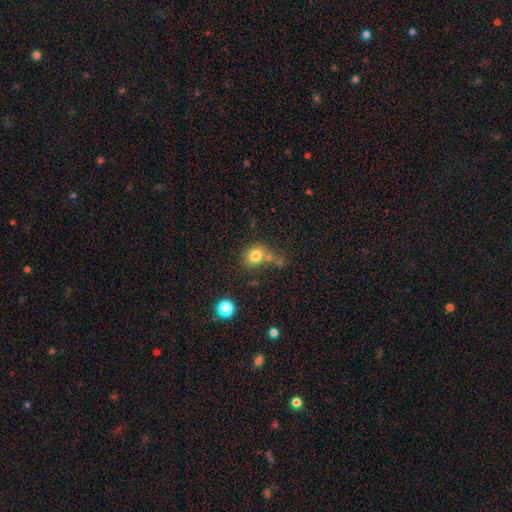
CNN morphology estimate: The model was most divided on "how rounded": round: 63%, in between: 36%, cigar-shaped: 1%. More confident: smooth or featured — smooth (78%); merging — none (52%).